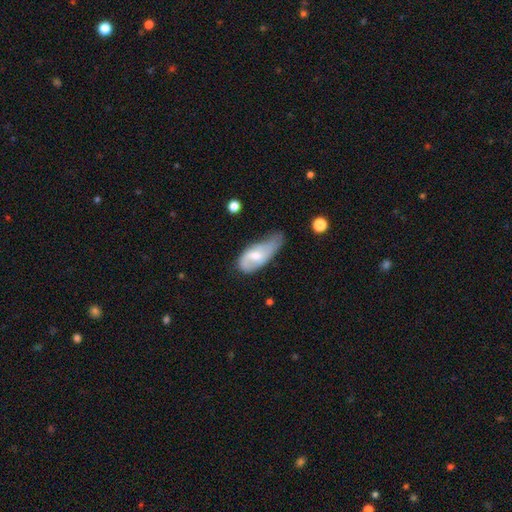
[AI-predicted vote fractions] A smooth galaxy with no disk features (56%) that is in between round and cigar-shaped (87%).

Vote fractions:
- Smooth or featured? smooth: 56% / featured or disk: 38% / star or artifact: 6%
- How rounded? in between: 87% / cigar-shaped: 9% / round: 4%
- Merging? minor disturbance: 43% / major disturbance: 33% / none: 19% / merger: 4%